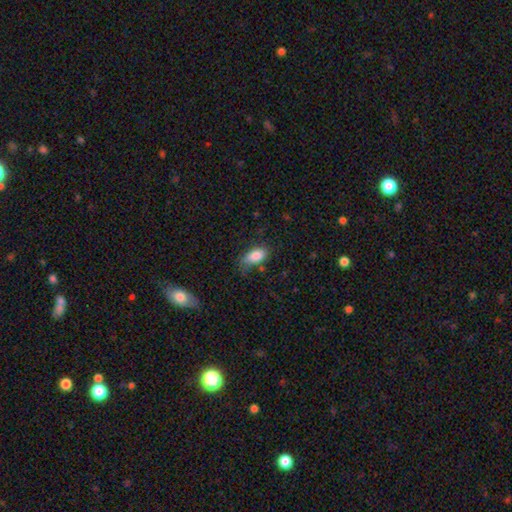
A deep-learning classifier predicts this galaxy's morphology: Q: Smooth or featured?
A: smooth (84%); runner-up: featured or disk (8%)
Q: How rounded?
A: in between (90%); runner-up: cigar-shaped (6%)
Q: Merging?
A: none (54%); runner-up: minor disturbance (31%)